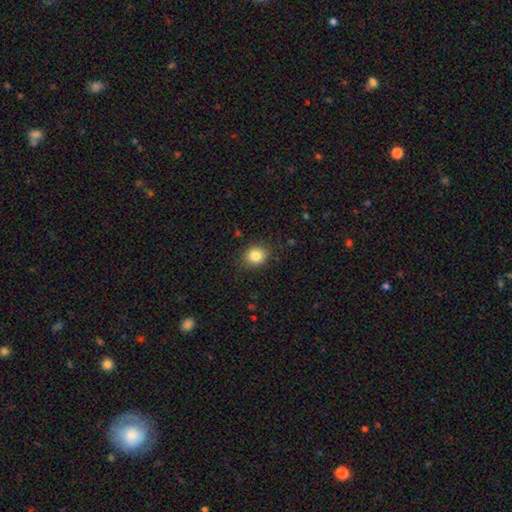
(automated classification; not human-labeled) The model was most divided on "how rounded": round: 73%, in between: 26%, cigar-shaped: 1%. More confident: merging — none (86%); smooth or featured — smooth (83%).